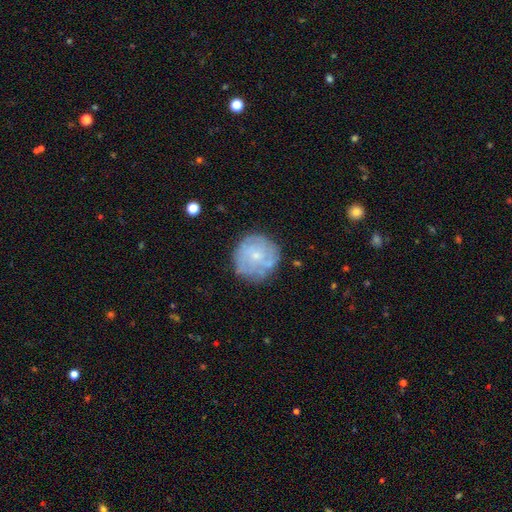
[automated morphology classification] A featured or disk galaxy (54%) with no bar (81%), spiral arms (57%) and a small central bulge (68%).

Vote fractions:
- Smooth or featured? featured or disk: 54% / smooth: 38% / star or artifact: 8%
- Edge-on disk? no: 97% / yes: 3%
- Bar? no: 81% / weak: 16% / strong: 2%
- Spiral arms? yes: 57% / no: 43%
- Bulge size? small: 68% / moderate: 24% / none: 6% / large: 1% / dominant: 1%
- Merging? none: 73% / minor disturbance: 18% / major disturbance: 6% / merger: 3%